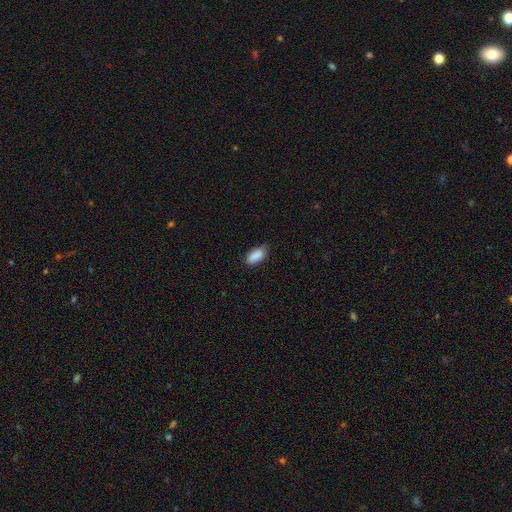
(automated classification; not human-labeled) Q: Smooth or featured?
A: smooth (89%); runner-up: star or artifact (7%)
Q: How rounded?
A: in between (92%); runner-up: cigar-shaped (5%)
Q: Merging?
A: none (75%); runner-up: minor disturbance (21%)